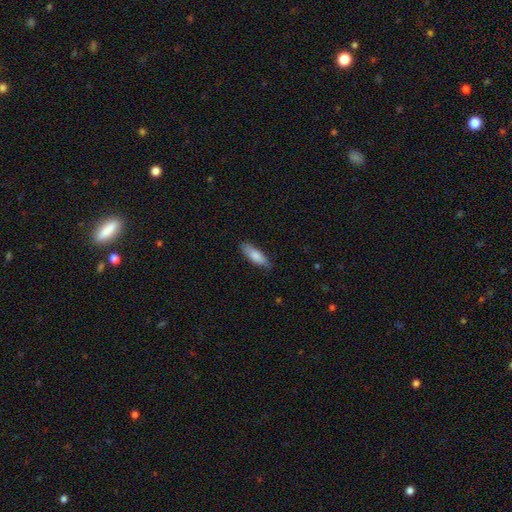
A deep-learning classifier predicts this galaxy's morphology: Smooth or featured? smooth (83%)
How rounded? in between (57%)
Merging? none (80%)